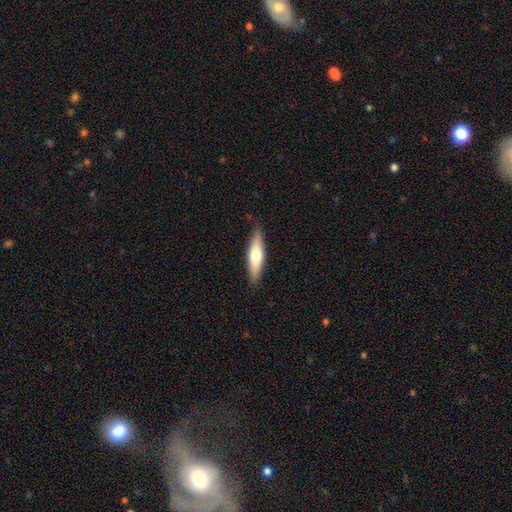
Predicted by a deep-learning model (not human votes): smooth_or_featured: smooth (p=0.59) [alt: featured or disk p=0.35]
how_rounded: cigar-shaped (p=0.70) [alt: in between p=0.28]
merging: none (p=0.87) [alt: minor disturbance p=0.10]